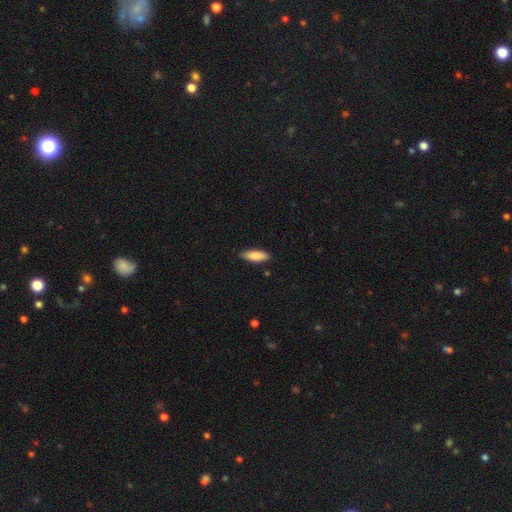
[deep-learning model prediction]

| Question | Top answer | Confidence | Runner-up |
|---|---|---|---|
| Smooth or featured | smooth | 86% | featured or disk (9%) |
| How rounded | in between | 65% | cigar-shaped (33%) |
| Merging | none | 87% | minor disturbance (10%) |